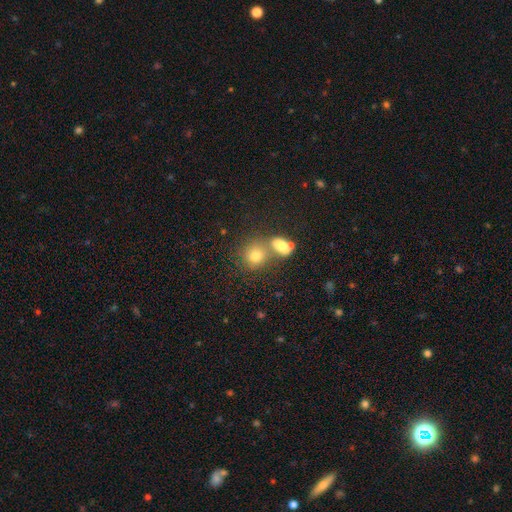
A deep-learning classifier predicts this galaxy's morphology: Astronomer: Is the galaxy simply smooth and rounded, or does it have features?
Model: smooth — 76%.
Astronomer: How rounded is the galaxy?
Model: round — 74%.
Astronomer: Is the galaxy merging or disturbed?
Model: none — 46% (runner-up: merger, 41%).